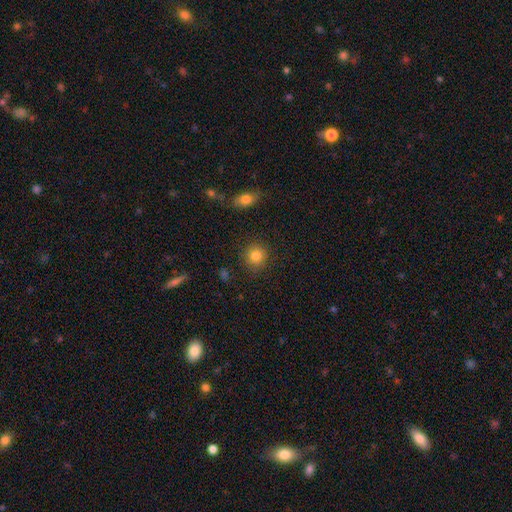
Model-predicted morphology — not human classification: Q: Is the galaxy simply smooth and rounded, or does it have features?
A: smooth — 84%.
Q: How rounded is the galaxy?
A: round — 89%.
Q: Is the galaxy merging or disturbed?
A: none — 88%.